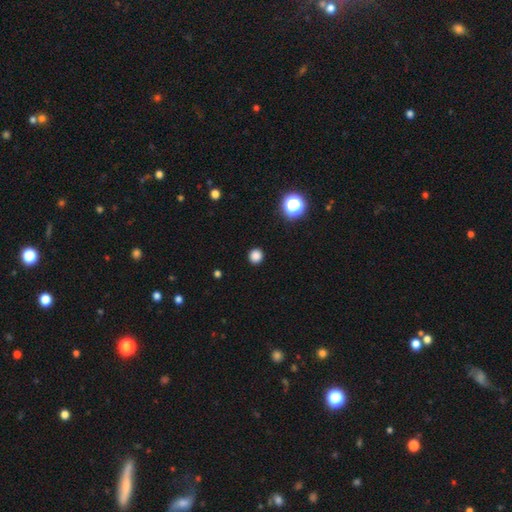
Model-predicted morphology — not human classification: A smooth galaxy with no disk features (83%) that is round (93%). Merging: none (92%).